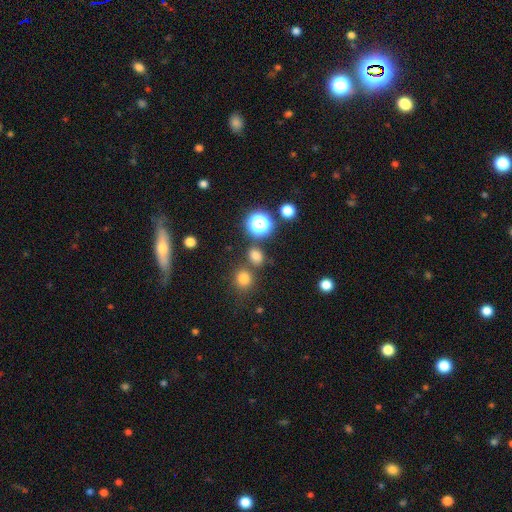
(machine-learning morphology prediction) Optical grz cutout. It shows a smooth galaxy with no disk features (71%) that is round (66%). Merging: none (75%).